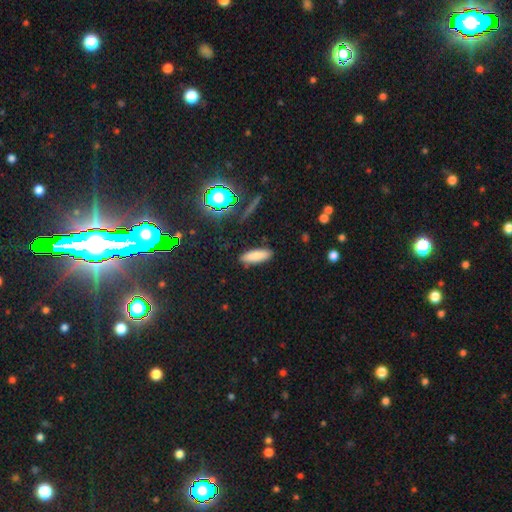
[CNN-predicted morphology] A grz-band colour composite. It shows a smooth galaxy with no disk features (84%) that is in between round and cigar-shaped (63%). Merging: none (87%).